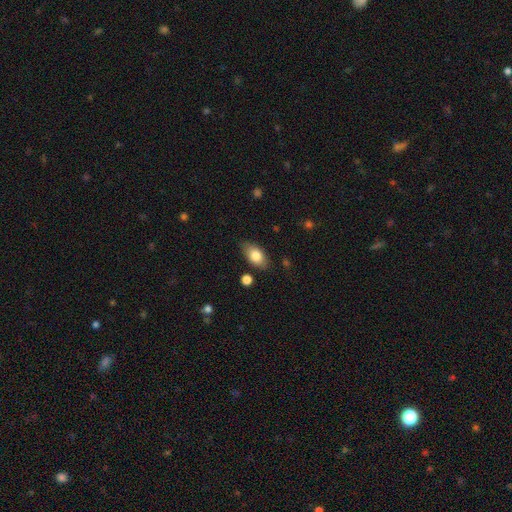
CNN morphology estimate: A smooth galaxy with no disk features (81%) that is in between round and cigar-shaped (90%).

Vote fractions:
- Smooth or featured? smooth: 81% / featured or disk: 12% / star or artifact: 7%
- How rounded? in between: 90% / round: 7% / cigar-shaped: 3%
- Merging? none: 80% / minor disturbance: 15% / major disturbance: 3% / merger: 2%